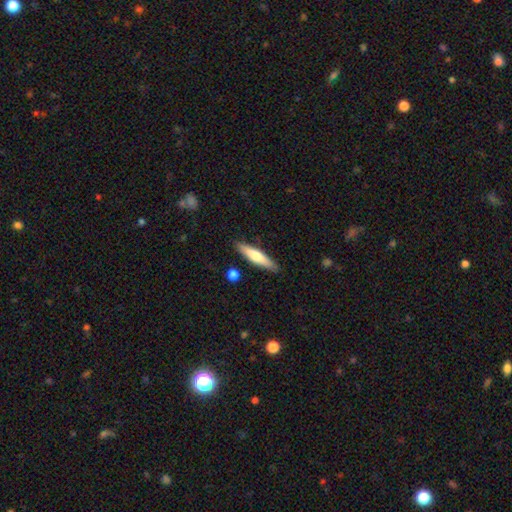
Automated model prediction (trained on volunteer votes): This appears to be a smooth galaxy with no disk features (56%) that is cigar-shaped (83%). Merging: none (88%).